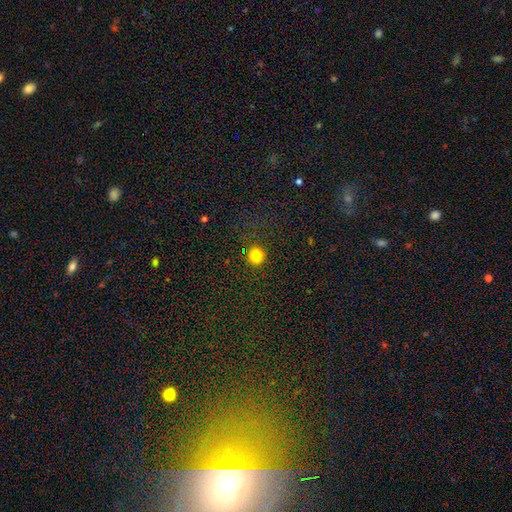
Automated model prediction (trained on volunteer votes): Smooth or featured: smooth — 81% (star or artifact — 14%)
How rounded: round — 85% (in between — 14%)
Merging: none — 87% (minor disturbance — 8%)